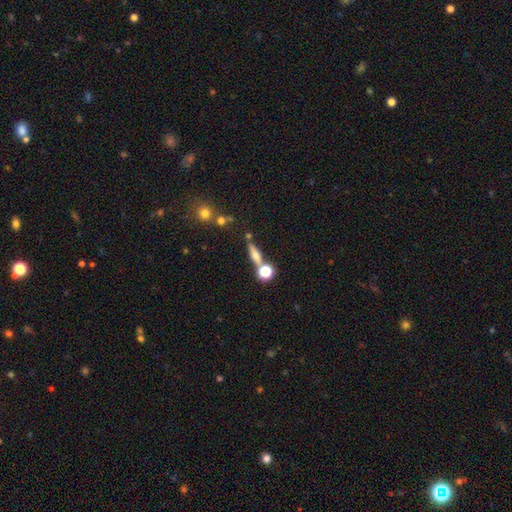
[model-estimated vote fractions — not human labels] A smooth galaxy with no disk features (53%) that is cigar-shaped (52%).

Vote fractions:
- Smooth or featured? smooth: 53% / featured or disk: 32% / star or artifact: 14%
- How rounded? cigar-shaped: 52% / in between: 30% / round: 17%
- Merging? none: 61% / merger: 22% / minor disturbance: 11% / major disturbance: 5%